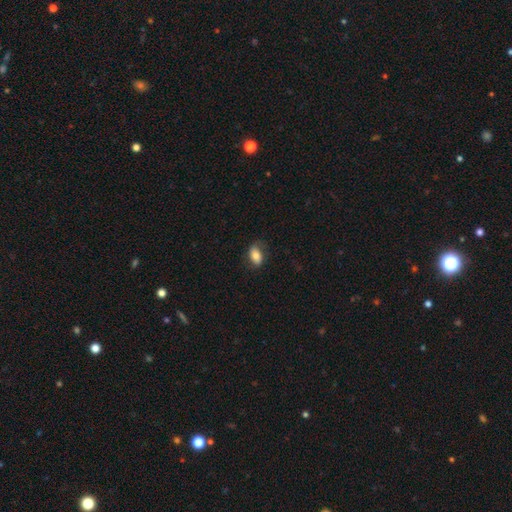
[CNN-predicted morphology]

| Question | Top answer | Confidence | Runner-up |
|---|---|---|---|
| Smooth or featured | smooth | 74% | featured or disk (18%) |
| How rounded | in between | 89% | round (8%) |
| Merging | none | 67% | minor disturbance (22%) |